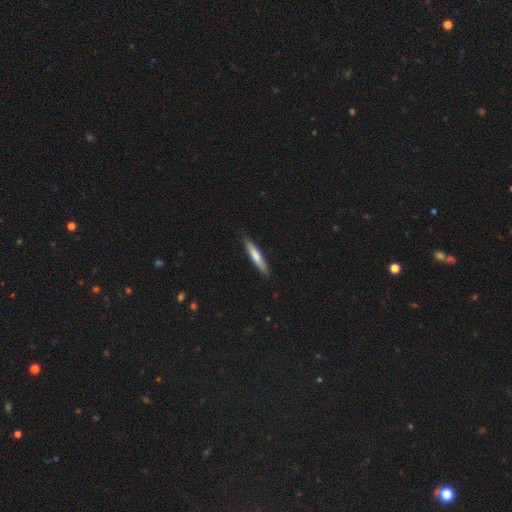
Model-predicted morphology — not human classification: Smooth or featured? smooth (69%)
How rounded? cigar-shaped (92%)
Merging? none (88%)